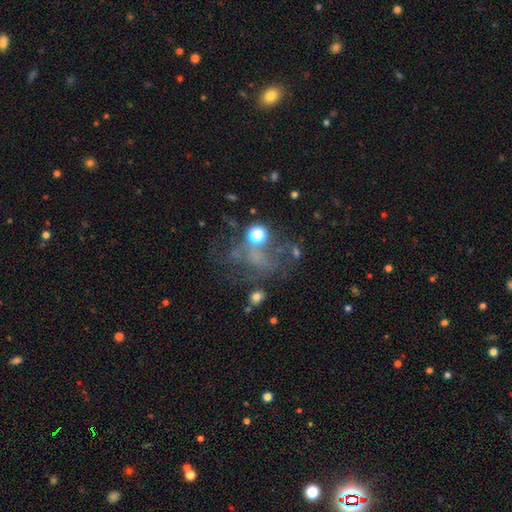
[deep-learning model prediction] The model was most divided on "smooth or featured": featured or disk: 40%, star or artifact: 34%, smooth: 26%. Remaining: merging — none (42%).